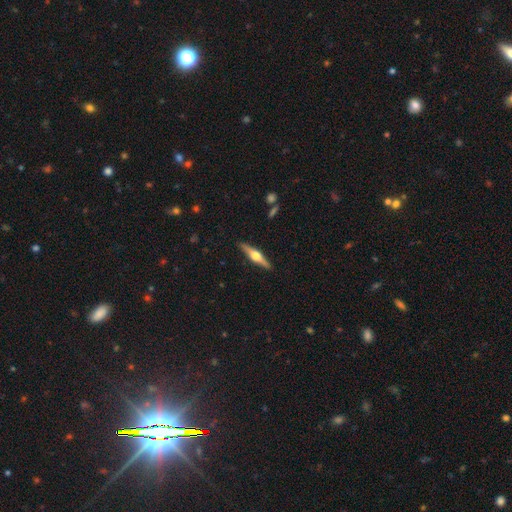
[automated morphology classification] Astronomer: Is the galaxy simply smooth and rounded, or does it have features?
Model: featured or disk — 74%.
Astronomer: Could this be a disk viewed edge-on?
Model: yes — 98%.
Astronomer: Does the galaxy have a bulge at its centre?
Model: rounded — 95%.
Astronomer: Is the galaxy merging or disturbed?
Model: none — 91%.